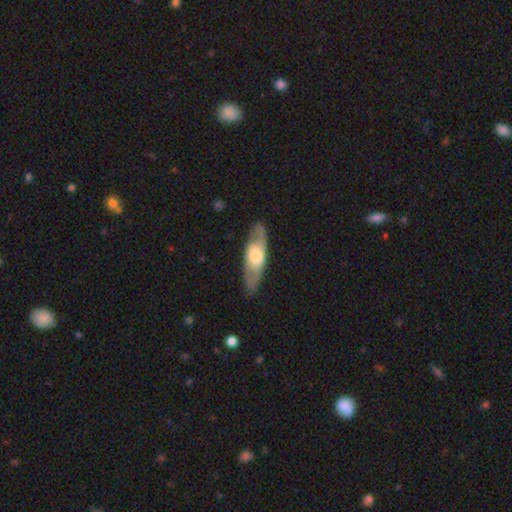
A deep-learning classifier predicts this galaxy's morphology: smooth_or_featured: featured or disk (p=0.52) [alt: smooth p=0.43]
disk_edge_on: no (p=0.55) [alt: yes p=0.45]
merging: none (p=0.84) [alt: minor disturbance p=0.12]